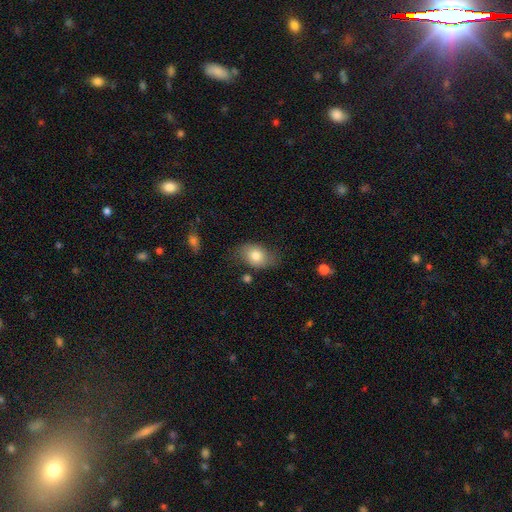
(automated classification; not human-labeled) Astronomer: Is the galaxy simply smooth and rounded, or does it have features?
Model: smooth — 77%.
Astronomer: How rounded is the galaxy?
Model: in between — 79%.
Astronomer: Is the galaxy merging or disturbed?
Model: none — 65%.